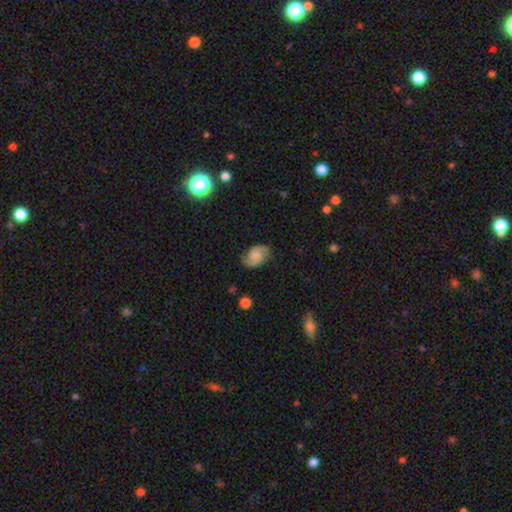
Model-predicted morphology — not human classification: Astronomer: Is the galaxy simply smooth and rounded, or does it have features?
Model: featured or disk — 54% (runner-up: smooth, 37%).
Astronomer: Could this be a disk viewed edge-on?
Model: no — 97%.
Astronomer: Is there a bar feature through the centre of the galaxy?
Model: no — 62%.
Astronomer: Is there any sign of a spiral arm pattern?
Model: yes — 92%.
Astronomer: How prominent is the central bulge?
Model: none — 49%.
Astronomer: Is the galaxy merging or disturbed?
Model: none — 76%.